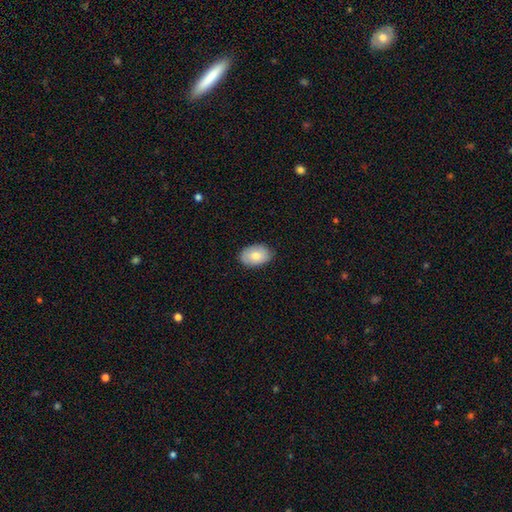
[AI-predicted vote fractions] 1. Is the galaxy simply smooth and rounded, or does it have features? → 78% smooth, 15% featured or disk, 7% star or artifact.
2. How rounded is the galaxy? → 84% in between, 14% round, 1% cigar-shaped.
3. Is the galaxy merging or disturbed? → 85% none, 12% minor disturbance, 2% major disturbance, 1% merger.